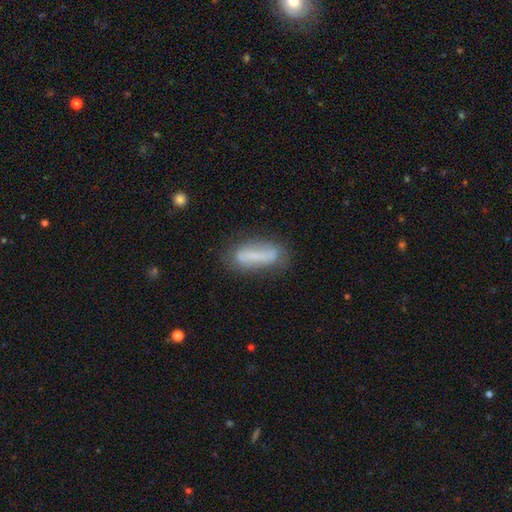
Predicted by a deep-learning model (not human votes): Smooth or featured: smooth — 52% (featured or disk — 38%)
How rounded: cigar-shaped — 53% (in between — 45%)
Merging: none — 69% (minor disturbance — 19%)